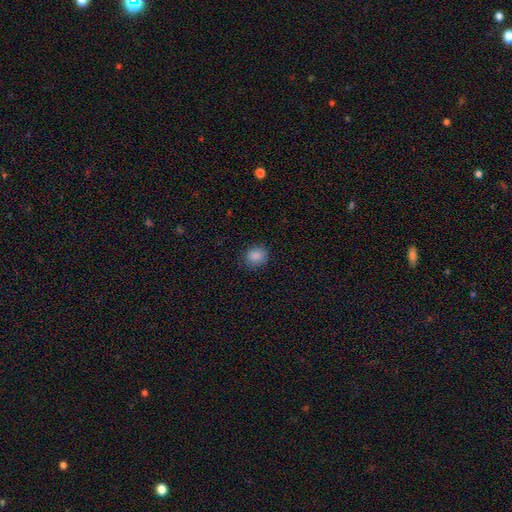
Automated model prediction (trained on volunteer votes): smooth_or_featured: smooth (p=0.87) [alt: star or artifact p=0.10]
how_rounded: round (p=0.66) [alt: in between p=0.34]
merging: none (p=0.85) [alt: minor disturbance p=0.11]